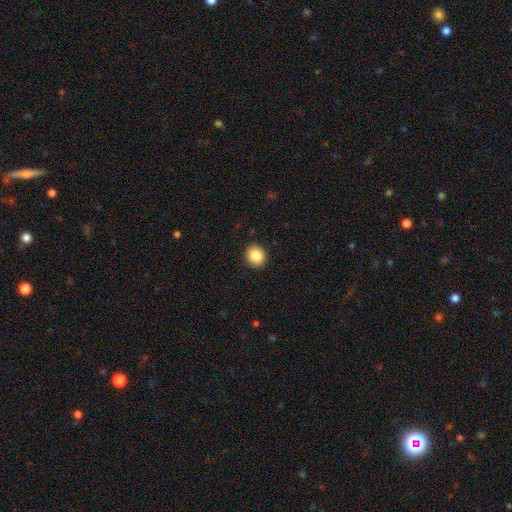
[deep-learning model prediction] This appears to be a smooth galaxy with no disk features (87%) that is round (87%). Merging: none (92%).